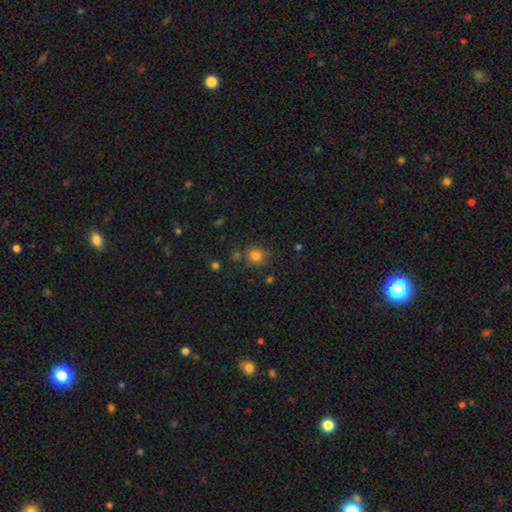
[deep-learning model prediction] Smooth or featured? smooth (80%)
How rounded? round (87%)
Merging? none (76%)